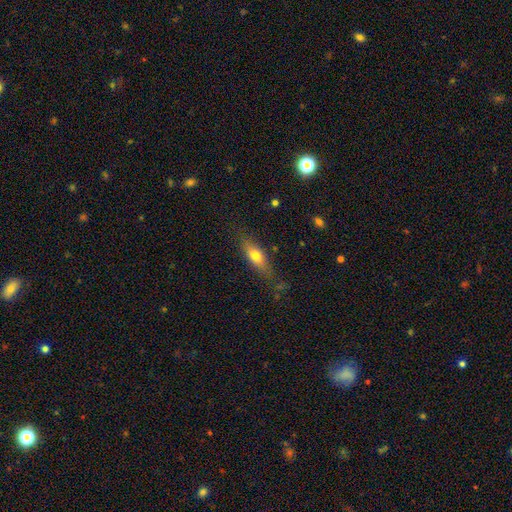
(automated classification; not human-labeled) This appears to be a smooth galaxy with no disk features (68%) that is in between round and cigar-shaped (60%). Merging: none (74%).